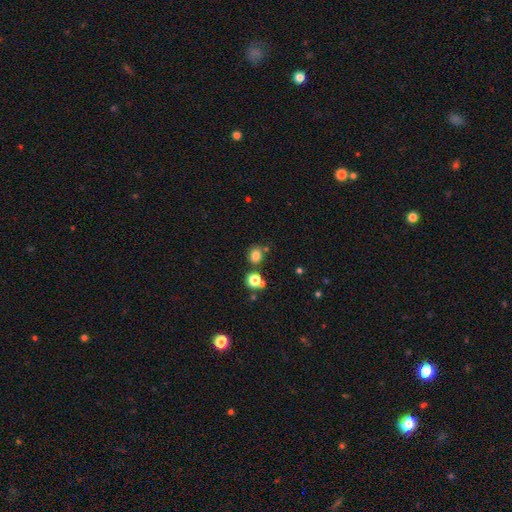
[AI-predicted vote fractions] A smooth galaxy with no disk features (78%) that is round (74%). Merging: none (72%).